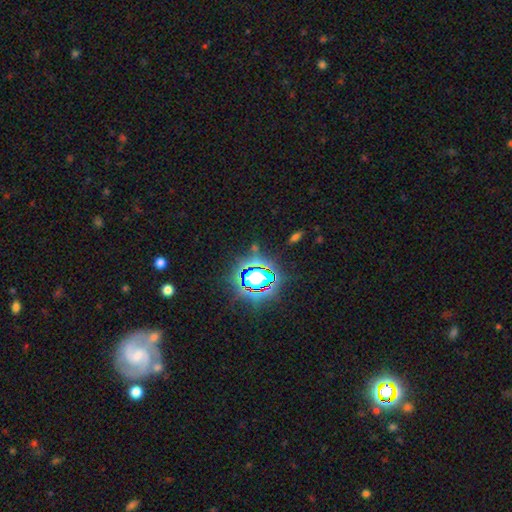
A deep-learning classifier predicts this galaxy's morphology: Overall: star or artifact (74%).